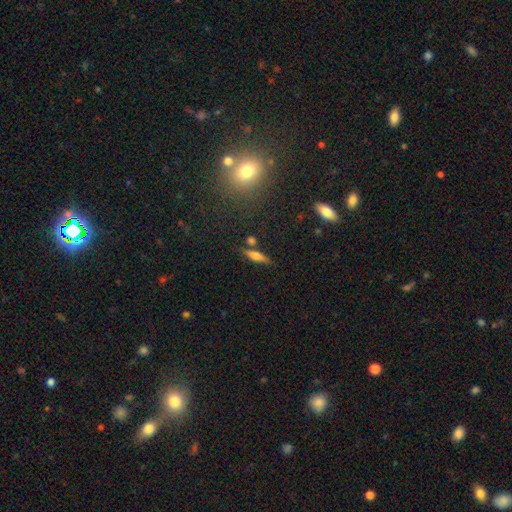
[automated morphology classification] smooth-or-featured: smooth: 53% | featured or disk: 38% | star or artifact: 9%
  how-rounded: cigar-shaped: 62% | in between: 34% | round: 4%
  merging: none: 74% | minor disturbance: 13% | merger: 9% | major disturbance: 4%